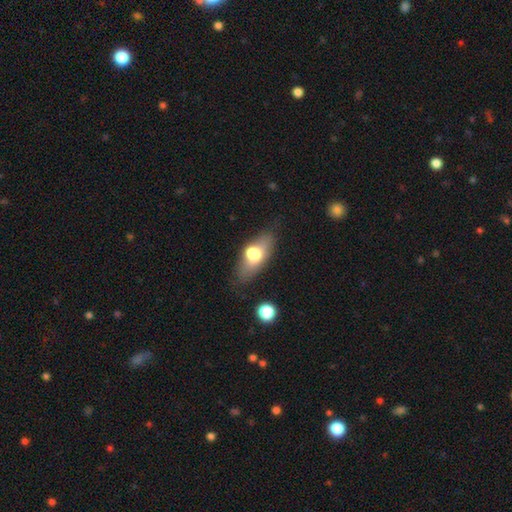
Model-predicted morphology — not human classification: smooth_or_featured: smooth (p=0.62) [alt: featured or disk p=0.30]
how_rounded: in between (p=0.76) [alt: cigar-shaped p=0.17]
merging: none (p=0.78) [alt: minor disturbance p=0.15]